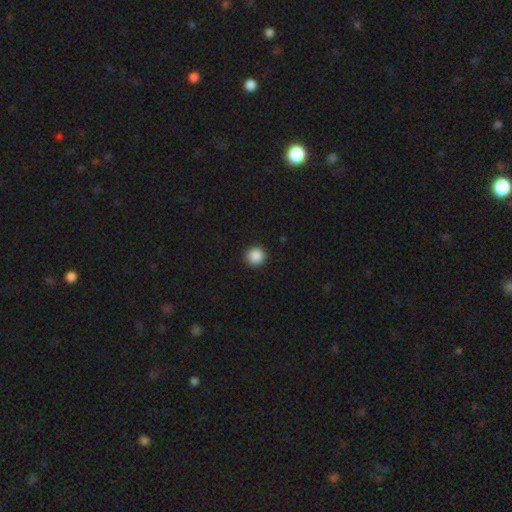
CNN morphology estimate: Q: Smooth or featured?
A: smooth (88%); runner-up: star or artifact (9%)
Q: How rounded?
A: round (95%); runner-up: in between (4%)
Q: Merging?
A: none (92%); runner-up: minor disturbance (5%)